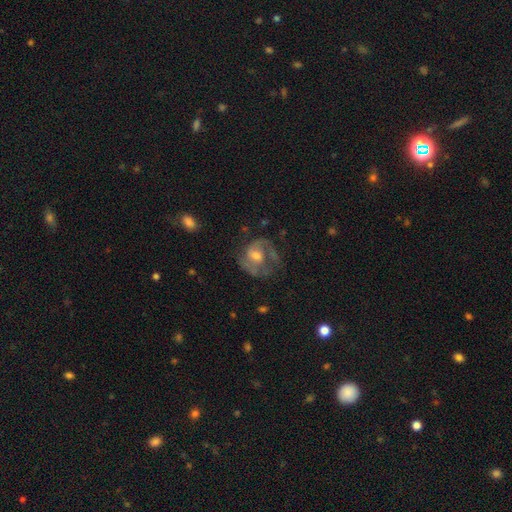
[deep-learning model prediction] featured or disk 70%, smooth 21%, star or artifact 9%. Down the decision tree: edge-on disk — no (97%); bar — no (58%); spiral arms — yes (79%); spiral arm count — 2 (53%); spiral winding — medium (48%); bulge size — moderate (60%); merging — none (52%).